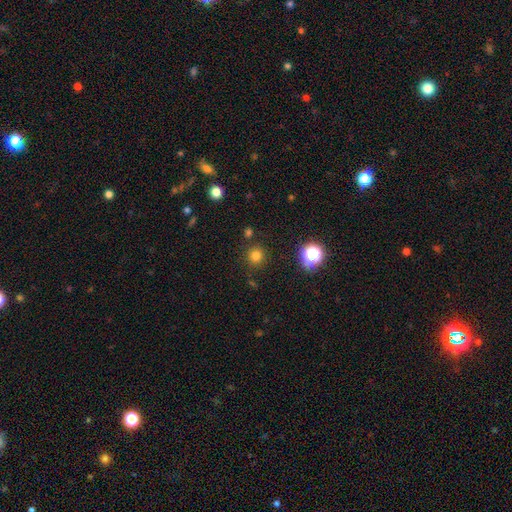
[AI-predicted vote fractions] This is likely a smooth galaxy (76%). How rounded: clearly round (93%). Merging: clearly none (86%).